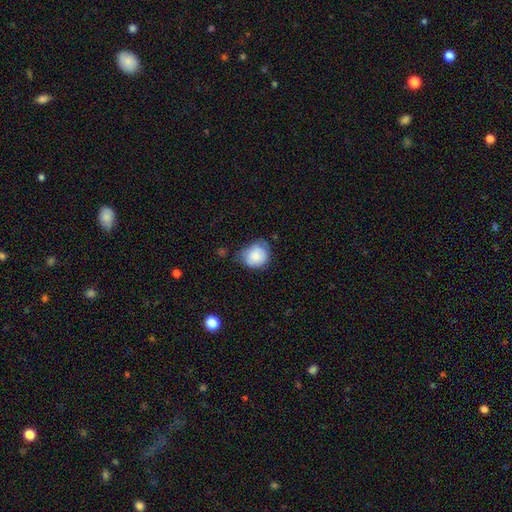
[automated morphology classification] Smooth or featured? Predicted: smooth (p=0.82). How rounded? Predicted: round (p=0.70). Merging? Predicted: none (p=0.48).